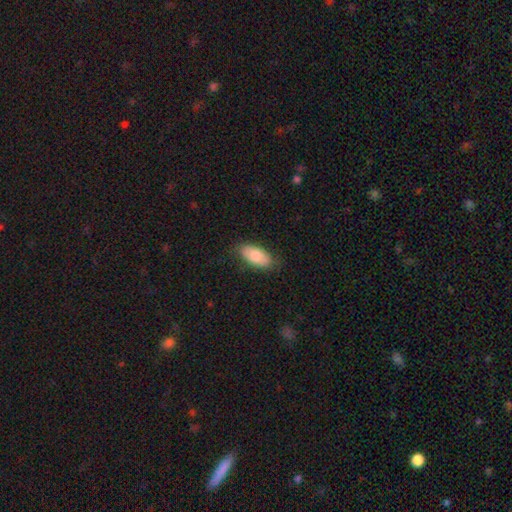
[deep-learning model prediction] Smooth or featured? smooth (77%)
How rounded? in between (90%)
Merging? none (82%)